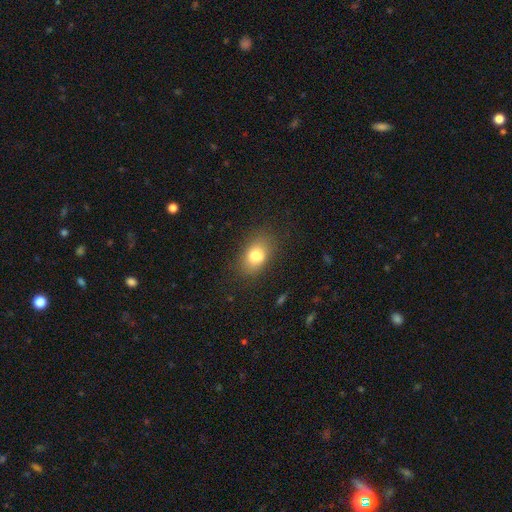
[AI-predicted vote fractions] A smooth galaxy with no disk features (79%) that is in between round and cigar-shaped (79%). Merging: none (79%).